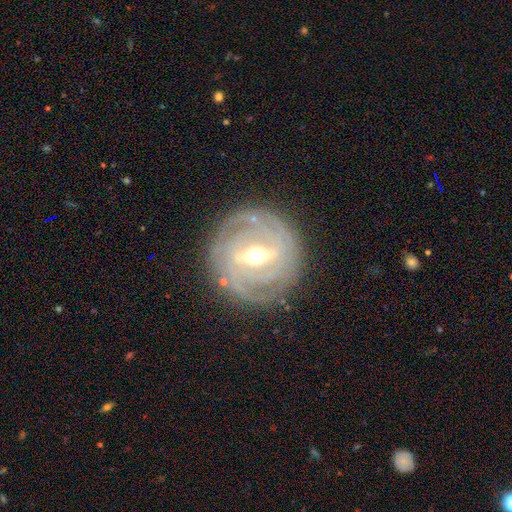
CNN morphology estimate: The model was most divided on "spiral arm count": can't tell: 31%, 2: 25%, 3: 20%, 4: 13%, more than 4: 6%, 1: 5%. More confident: edge-on disk — no (93%); spiral arms — yes (92%); smooth or featured — featured or disk (87%); merging — none (83%); spiral winding — tight (79%); bulge size — moderate (64%); bar — strong (58%).